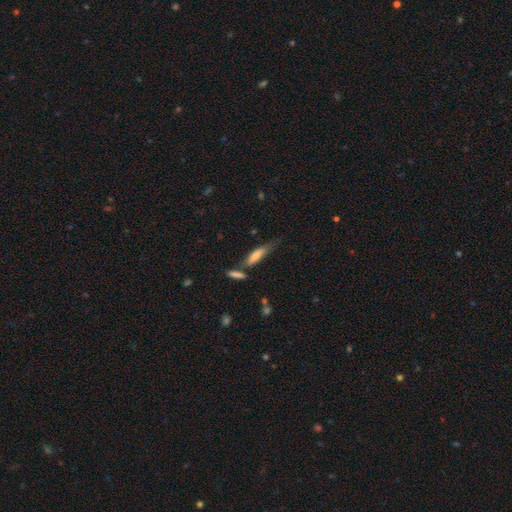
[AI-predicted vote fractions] This appears to be a smooth galaxy with no disk features (65%) that is cigar-shaped (69%). Merging: none (48%).